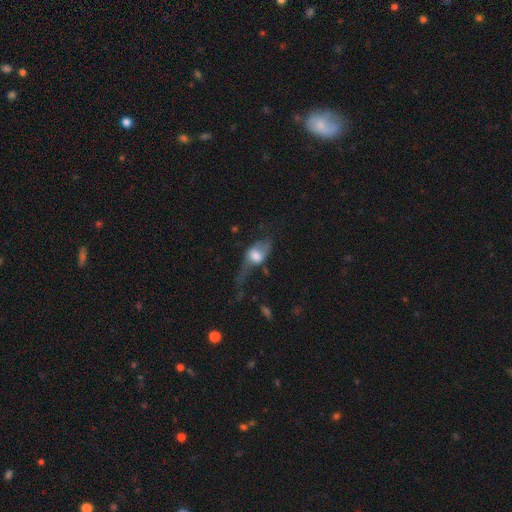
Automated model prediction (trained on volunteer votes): Smooth or featured: smooth — 53% (featured or disk — 38%)
How rounded: in between — 77% (round — 18%)
Merging: major disturbance — 55% (none — 20%)